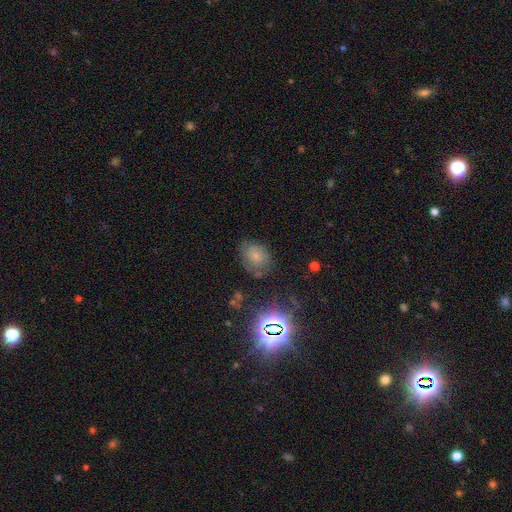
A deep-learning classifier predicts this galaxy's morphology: A smooth galaxy with no disk features (60%) that is in between round and cigar-shaped (60%). Merging: none (64%).